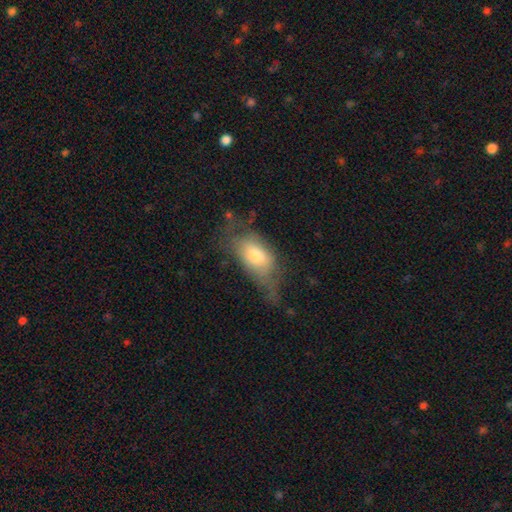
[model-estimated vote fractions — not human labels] Smooth or featured: smooth — 68% (featured or disk — 24%)
How rounded: in between — 86% (cigar-shaped — 7%)
Merging: none — 35% (minor disturbance — 33%)